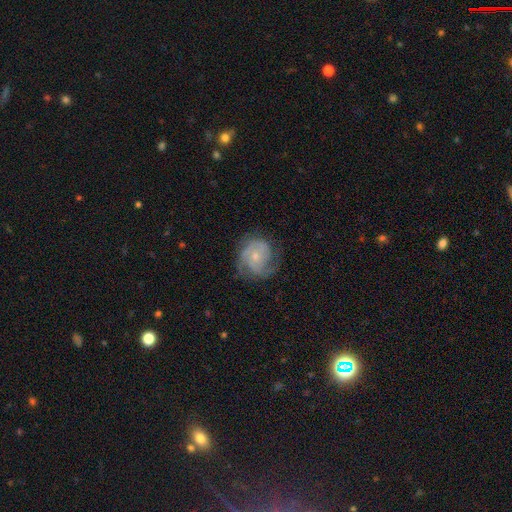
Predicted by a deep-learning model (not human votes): Morphology: type=featured or disk (77%); edge-on=no (98%); bar=no (76%); spiral arms=yes (93%); winding=tight (49%); arm count=2 (33%); bulge=small (73%); merging=none (66%).